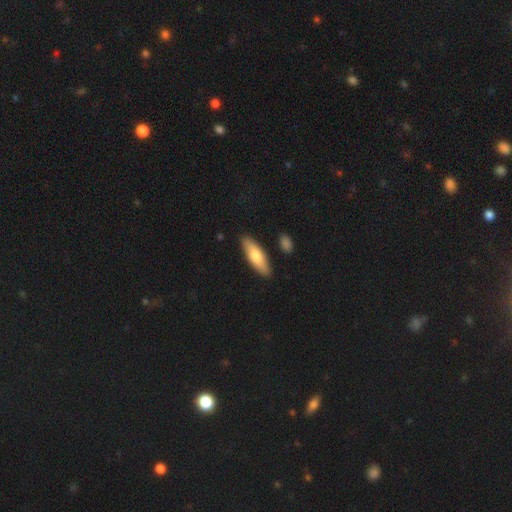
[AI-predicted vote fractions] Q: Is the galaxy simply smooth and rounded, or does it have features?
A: smooth — 71%.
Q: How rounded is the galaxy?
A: in between — 49%, tied with cigar-shaped.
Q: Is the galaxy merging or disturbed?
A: none — 87%.